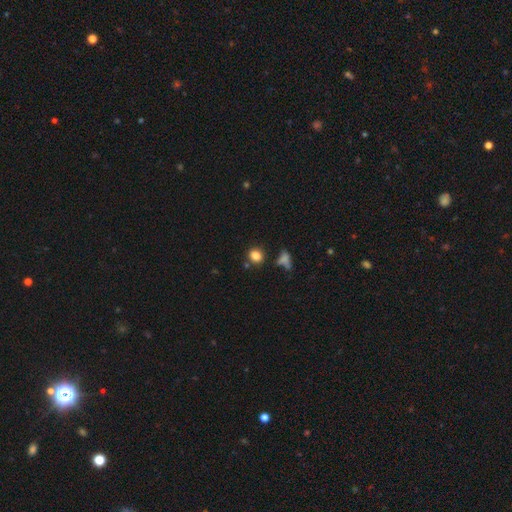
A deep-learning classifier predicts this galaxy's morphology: This appears to be a smooth galaxy with no disk features (84%) that is round (68%). Merging: none (79%).